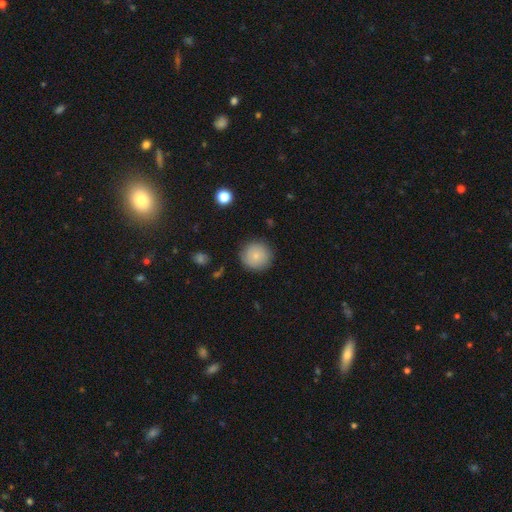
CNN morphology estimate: The model was most divided on "smooth or featured": smooth: 81%, featured or disk: 11%, star or artifact: 8%. More confident: how rounded — round (95%); merging — none (88%).